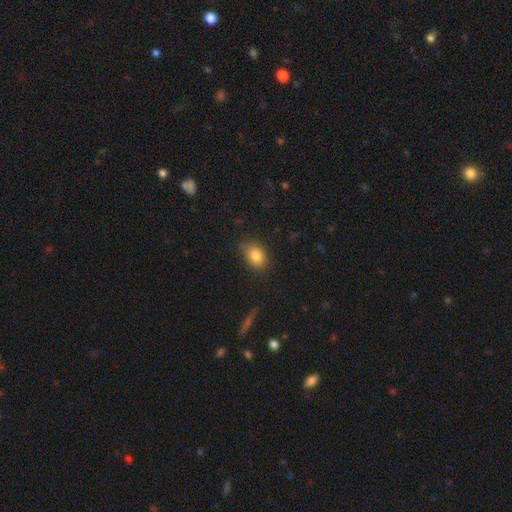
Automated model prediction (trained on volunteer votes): smooth_or_featured: smooth (p=0.83) [alt: star or artifact p=0.09]
how_rounded: in between (p=0.69) [alt: round p=0.30]
merging: none (p=0.72) [alt: minor disturbance p=0.21]